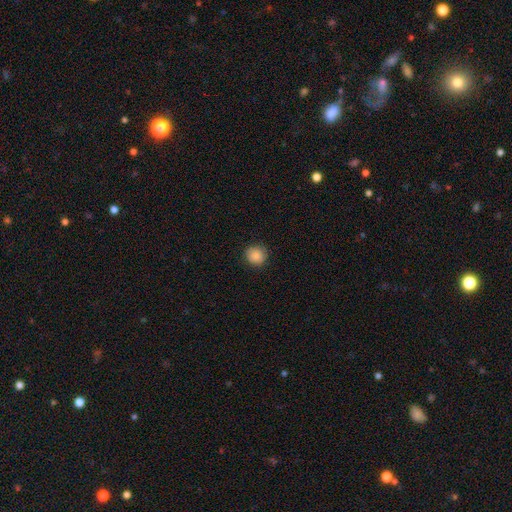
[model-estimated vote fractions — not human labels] smooth_or_featured: smooth (p=0.87) [alt: star or artifact p=0.09]
how_rounded: round (p=0.91) [alt: in between p=0.08]
merging: none (p=0.87) [alt: minor disturbance p=0.10]